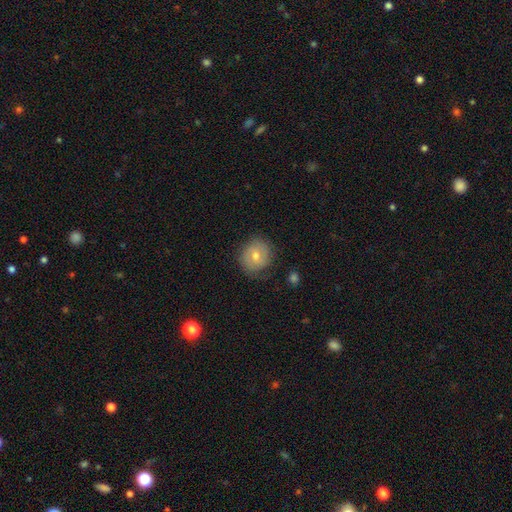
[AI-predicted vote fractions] Q: Smooth or featured?
A: smooth (53%); runner-up: featured or disk (36%)
Q: How rounded?
A: round (84%); runner-up: in between (15%)
Q: Merging?
A: none (78%); runner-up: minor disturbance (16%)